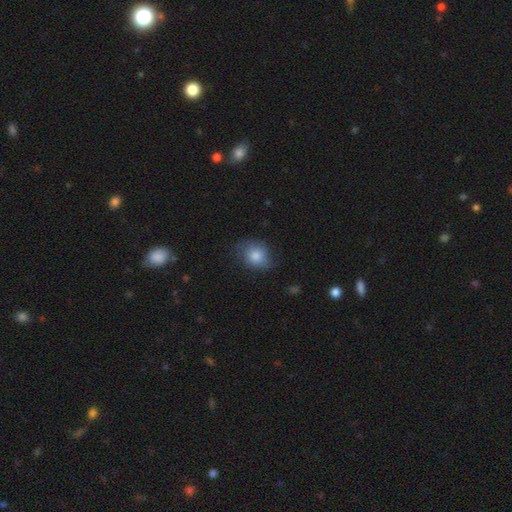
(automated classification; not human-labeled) A smooth galaxy with no disk features (76%) that is round (59%).

Vote fractions:
- Smooth or featured? smooth: 76% / featured or disk: 16% / star or artifact: 8%
- How rounded? round: 59% / in between: 40% / cigar-shaped: 1%
- Merging? none: 62% / minor disturbance: 28% / major disturbance: 9% / merger: 1%